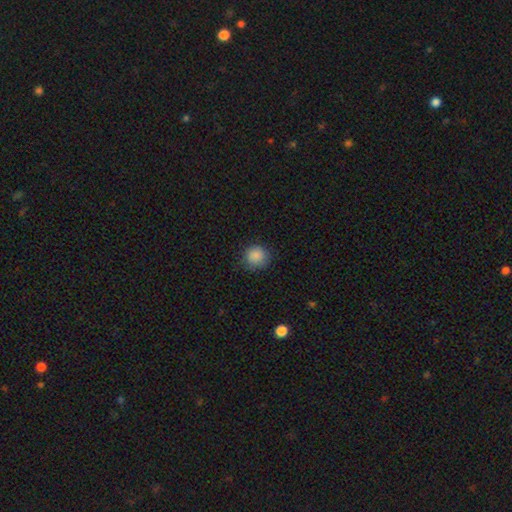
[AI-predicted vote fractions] A smooth galaxy with no disk features (87%) that is round (90%).

Vote fractions:
- Smooth or featured? smooth: 87% / star or artifact: 9% / featured or disk: 3%
- How rounded? round: 90% / in between: 9% / cigar-shaped: 1%
- Merging? none: 85% / minor disturbance: 11% / major disturbance: 3% / merger: 1%